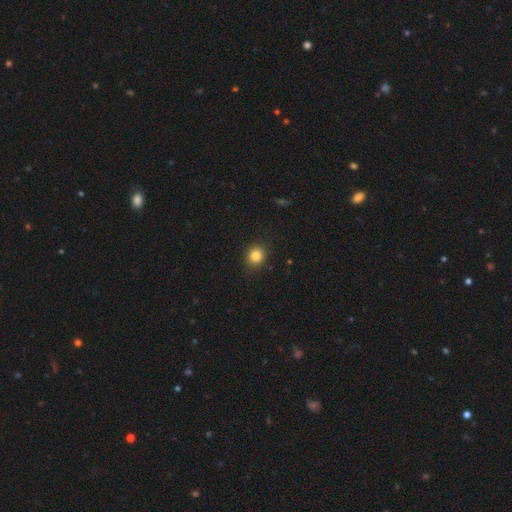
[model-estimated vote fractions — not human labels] This appears to be a smooth galaxy with no disk features (84%) that is round (81%). Merging: none (89%).